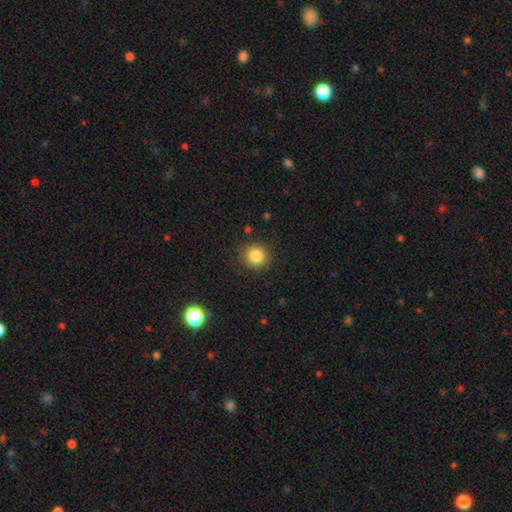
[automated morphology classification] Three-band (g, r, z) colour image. It shows a smooth galaxy with no disk features (84%) that is round (92%). Merging: none (89%).